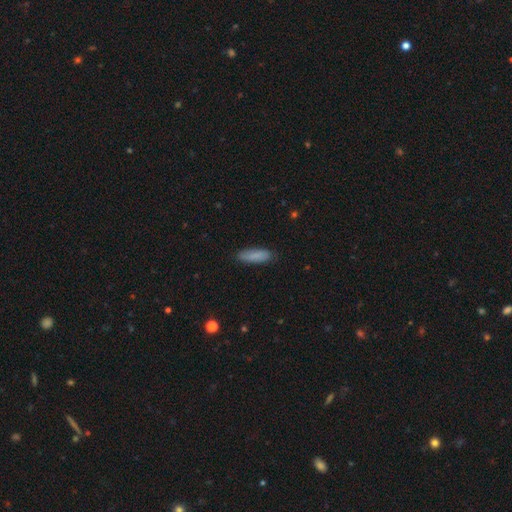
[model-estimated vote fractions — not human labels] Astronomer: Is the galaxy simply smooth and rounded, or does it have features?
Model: smooth — 86%.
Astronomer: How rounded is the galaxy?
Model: in between — 52% (runner-up: cigar-shaped, 46%).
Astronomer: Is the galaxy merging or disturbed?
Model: none — 83%.